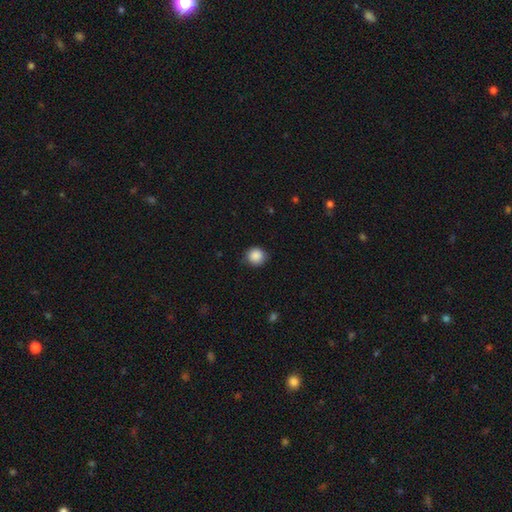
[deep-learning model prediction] smooth 88%, star or artifact 9%, featured or disk 3%. Down the decision tree: how rounded — round (91%); merging — none (86%).